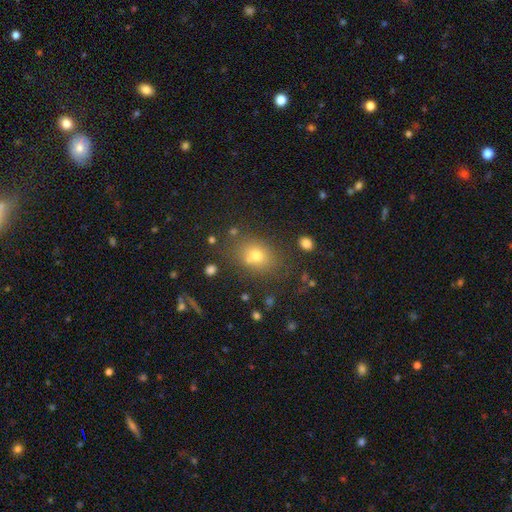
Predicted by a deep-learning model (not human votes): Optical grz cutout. It shows a smooth galaxy with no disk features (70%) that is in between round and cigar-shaped (54%). Merging: none (71%).